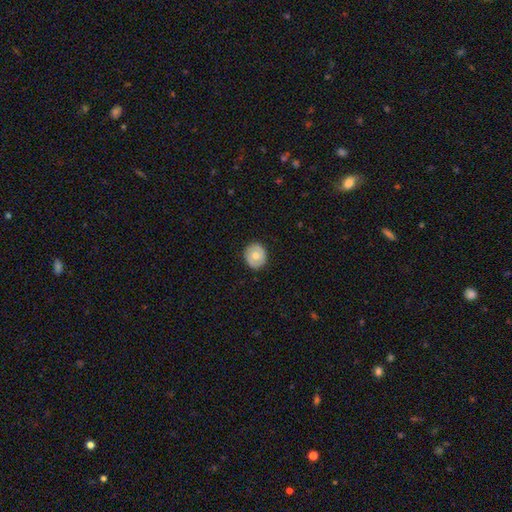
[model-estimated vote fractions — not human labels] smooth_or_featured: smooth (p=0.59) [alt: featured or disk p=0.35]
how_rounded: round (p=0.82) [alt: in between p=0.17]
merging: none (p=0.88) [alt: minor disturbance p=0.09]